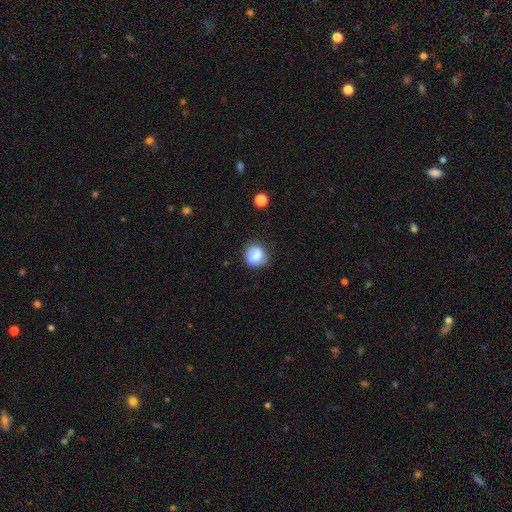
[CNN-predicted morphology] smooth 73%, featured or disk 18%, star or artifact 9%. Down the decision tree: how rounded — round (70%); merging — none (74%).